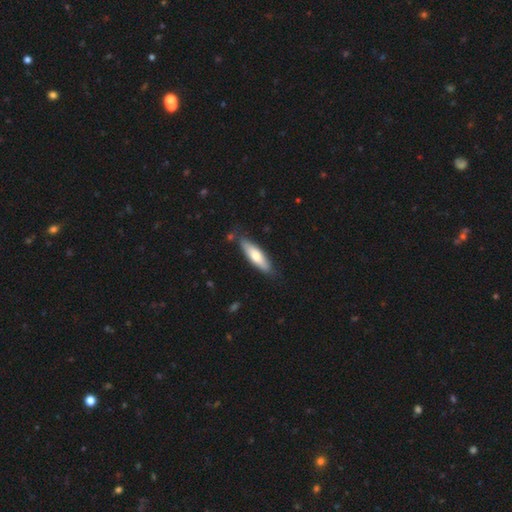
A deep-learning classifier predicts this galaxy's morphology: This is likely a smooth galaxy (66%). How rounded: likely cigar-shaped (62%). Merging: clearly none (81%).